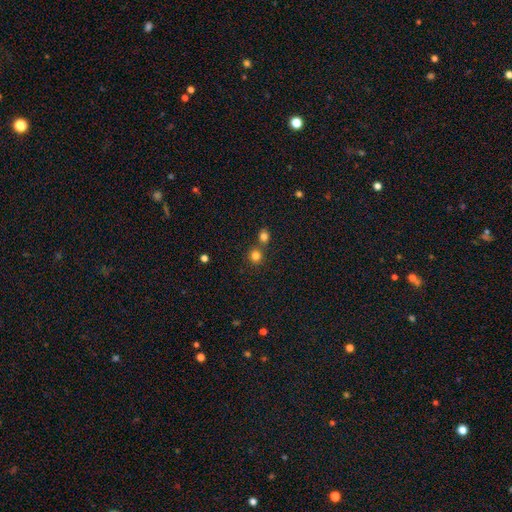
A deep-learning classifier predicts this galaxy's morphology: This is clearly a smooth galaxy (80%). How rounded: clearly round (90%). Merging: likely none (66%).